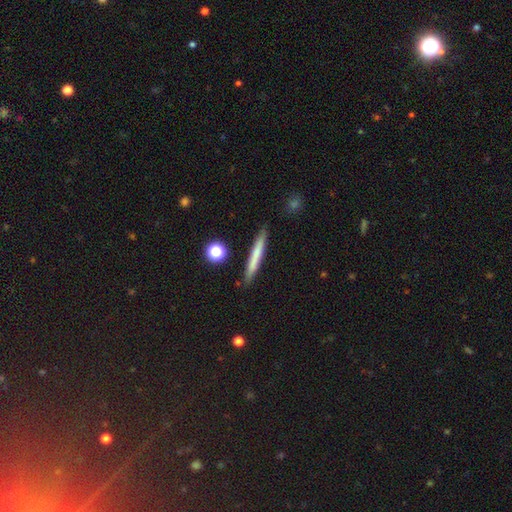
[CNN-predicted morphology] Smooth or featured: smooth — 64% (featured or disk — 29%)
How rounded: cigar-shaped — 95% (in between — 3%)
Merging: none — 88% (minor disturbance — 8%)